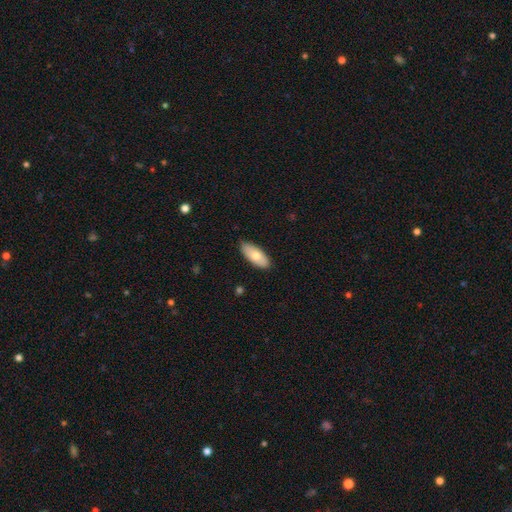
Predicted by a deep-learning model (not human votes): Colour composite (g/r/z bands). It shows a smooth galaxy with no disk features (72%) that is in between round and cigar-shaped (87%). Merging: none (85%).